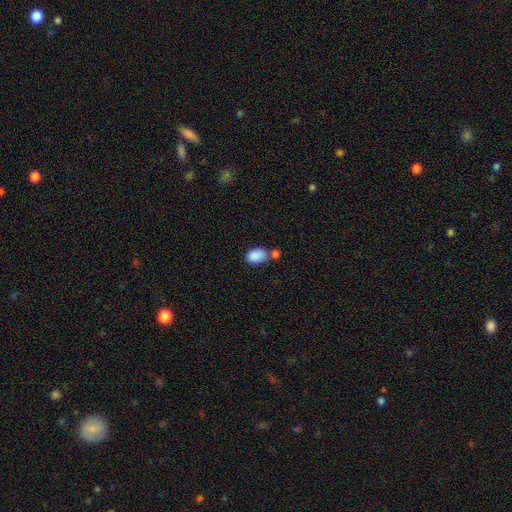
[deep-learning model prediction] Smooth or featured: smooth — 87% (star or artifact — 8%)
How rounded: in between — 85% (round — 14%)
Merging: none — 47% (merger — 32%)